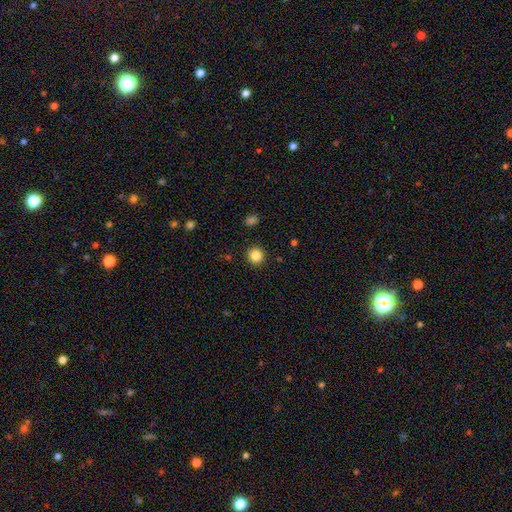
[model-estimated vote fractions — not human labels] smooth-or-featured: smooth: 85% | star or artifact: 11% | featured or disk: 4%
  how-rounded: round: 94% | in between: 5% | cigar-shaped: 1%
  merging: none: 92% | minor disturbance: 5% | major disturbance: 2% | merger: 1%